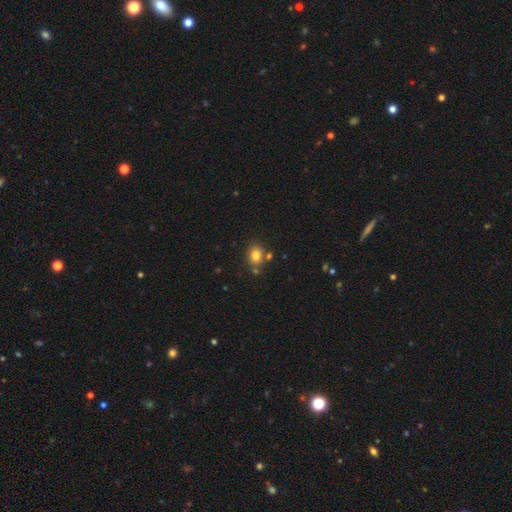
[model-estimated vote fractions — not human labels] smooth 80%, star or artifact 12%, featured or disk 9%. Down the decision tree: how rounded — in between (51%); merging — none (74%).